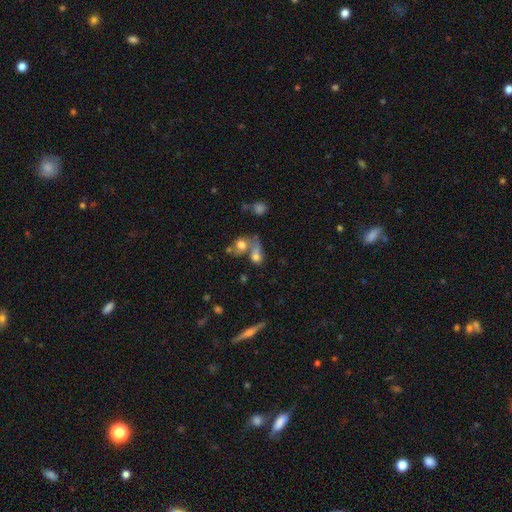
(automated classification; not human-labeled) Smooth or featured? smooth (66%)
How rounded? in between (48%, tied with round)
Merging? merger (55%)